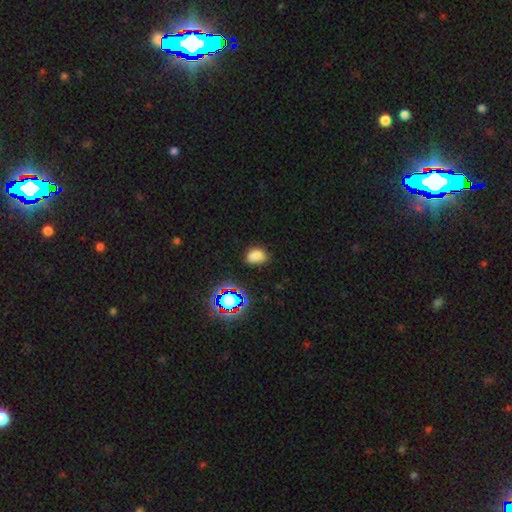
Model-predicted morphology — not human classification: Smooth or featured? smooth (73%)
How rounded? in between (72%)
Merging? none (71%)